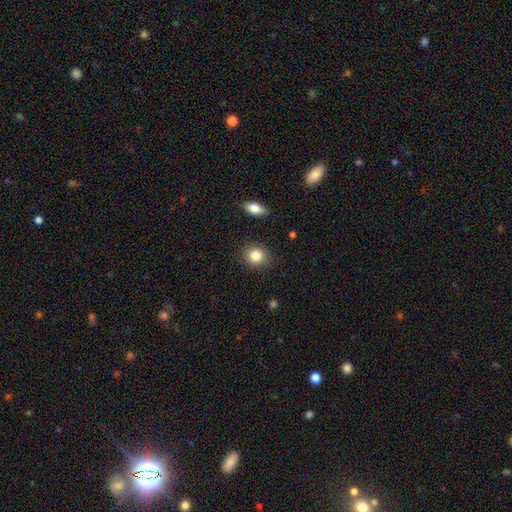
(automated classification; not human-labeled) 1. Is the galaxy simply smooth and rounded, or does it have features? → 84% smooth, 9% star or artifact, 7% featured or disk.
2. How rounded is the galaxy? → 73% round, 26% in between, 1% cigar-shaped.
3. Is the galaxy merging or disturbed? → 88% none, 8% minor disturbance, 2% major disturbance, 2% merger.